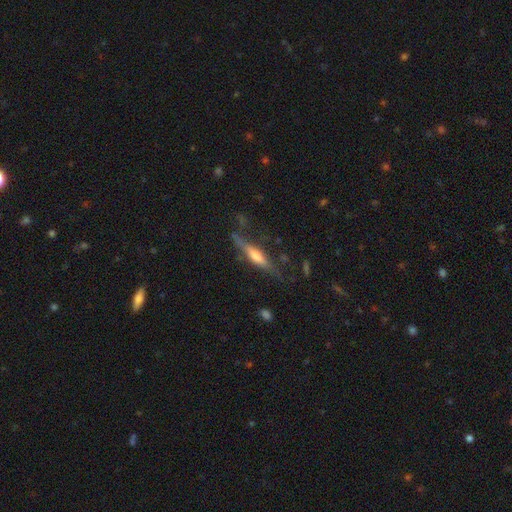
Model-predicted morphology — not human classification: The model was most divided on "smooth or featured": featured or disk: 60%, smooth: 33%, star or artifact: 7%. More confident: edge-on disk — yes (91%); merging — none (67%); edge-on bulge — rounded (58%).